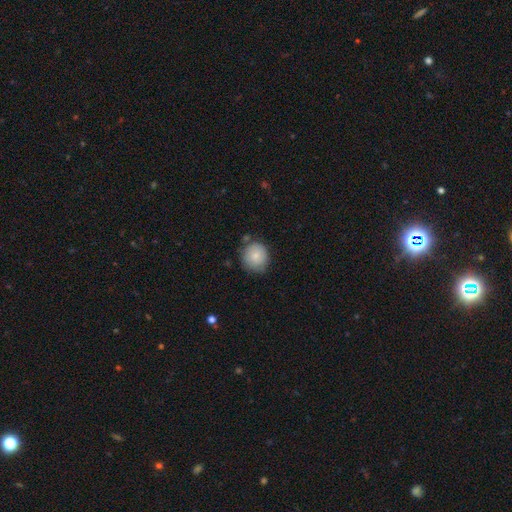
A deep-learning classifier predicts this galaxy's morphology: smooth 76%, featured or disk 16%, star or artifact 8%. Down the decision tree: how rounded — round (88%); merging — none (72%).